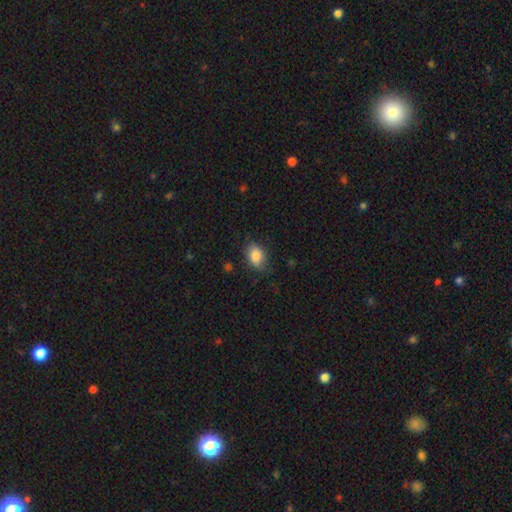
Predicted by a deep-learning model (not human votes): Smooth or featured: smooth — 83% (featured or disk — 9%)
How rounded: in between — 80% (round — 19%)
Merging: none — 71% (minor disturbance — 23%)